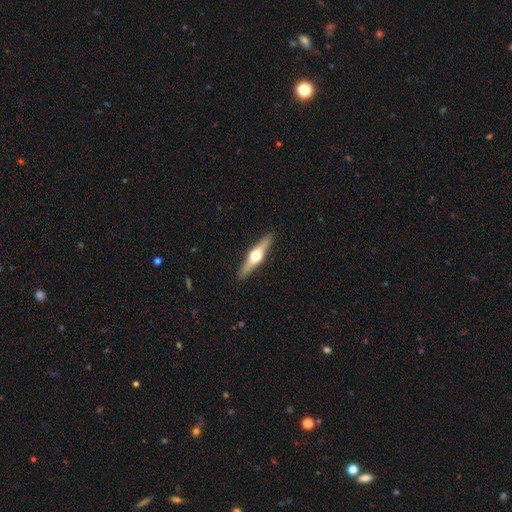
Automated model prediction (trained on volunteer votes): smooth_or_featured: featured or disk (p=0.67) [alt: smooth p=0.28]
disk_edge_on: yes (p=0.96) [alt: no p=0.04]
edge_on_bulge: rounded (p=0.96) [alt: boxy p=0.02]
merging: none (p=0.91) [alt: minor disturbance p=0.06]